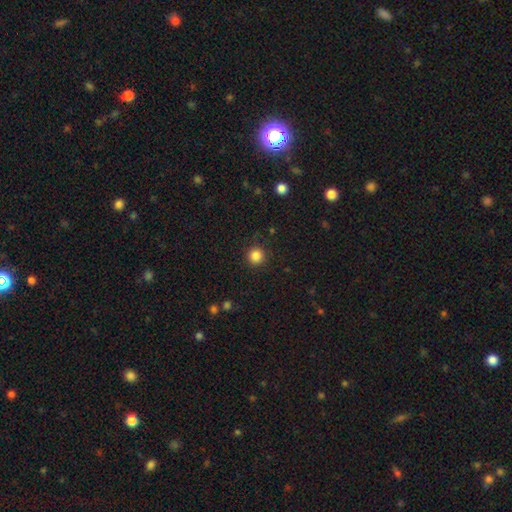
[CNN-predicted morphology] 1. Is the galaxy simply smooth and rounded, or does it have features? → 85% smooth, 11% star or artifact, 4% featured or disk.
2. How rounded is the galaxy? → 95% round, 4% in between, 1% cigar-shaped.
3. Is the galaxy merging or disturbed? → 90% none, 6% minor disturbance, 2% major disturbance, 1% merger.